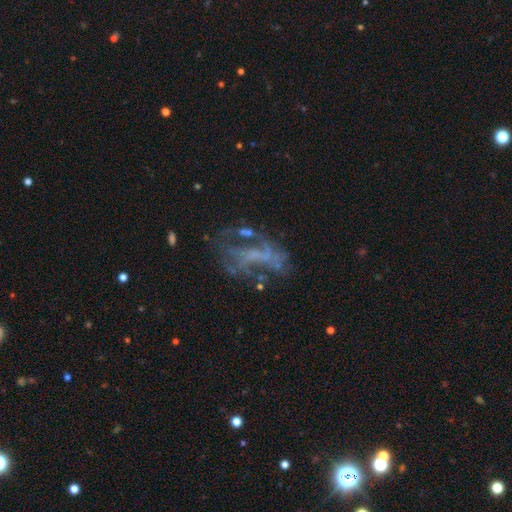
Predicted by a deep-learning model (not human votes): Smooth or featured?
  - featured or disk: 58% *
  - star or artifact: 24%
  - smooth: 17%
Edge-on disk?
  - no: 94% *
  - yes: 6%
Bar?
  - no: 70% *
  - weak: 20%
  - strong: 10%
Spiral arms?
  - no: 73% *
  - yes: 27%
Bulge size?
  - none: 71% *
  - small: 19%
  - moderate: 8%
  - large: 2%
  - dominant: 1%
Merging?
  - none: 40% *
  - major disturbance: 35%
  - minor disturbance: 16%
  - merger: 9%